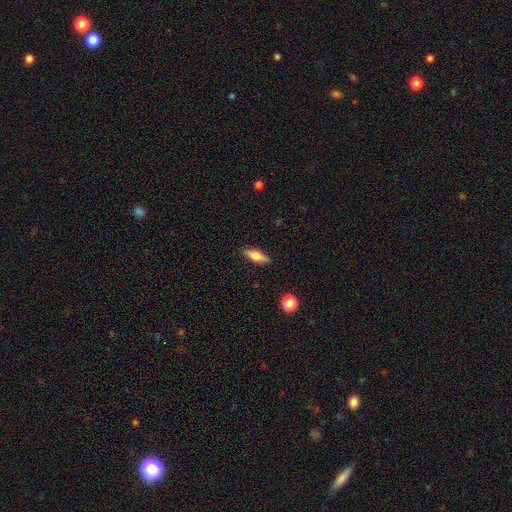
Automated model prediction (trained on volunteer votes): Smooth or featured: smooth — 71% (featured or disk — 22%)
How rounded: in between — 67% (cigar-shaped — 30%)
Merging: none — 86% (minor disturbance — 11%)